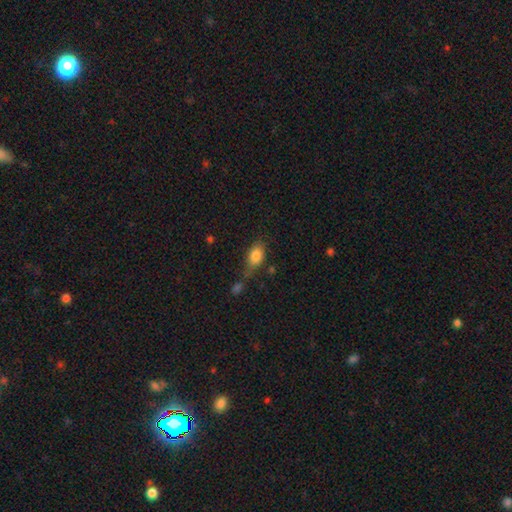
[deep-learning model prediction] Smooth or featured: smooth — 83% (featured or disk — 9%)
How rounded: in between — 87% (round — 9%)
Merging: none — 55% (minor disturbance — 22%)